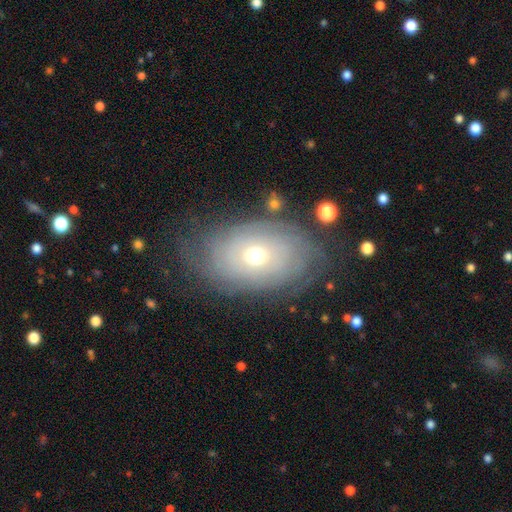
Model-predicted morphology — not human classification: Smooth or featured?
  - featured or disk: 64% *
  - smooth: 27%
  - star or artifact: 9%
Edge-on disk?
  - no: 94% *
  - yes: 6%
Bar?
  - no: 85% *
  - weak: 12%
  - strong: 3%
Spiral arms?
  - yes: 71% *
  - no: 29%
Bulge size?
  - moderate: 60% *
  - small: 34%
  - large: 3%
  - dominant: 1%
  - none: 1%
Merging?
  - none: 74% *
  - minor disturbance: 17%
  - major disturbance: 7%
  - merger: 2%